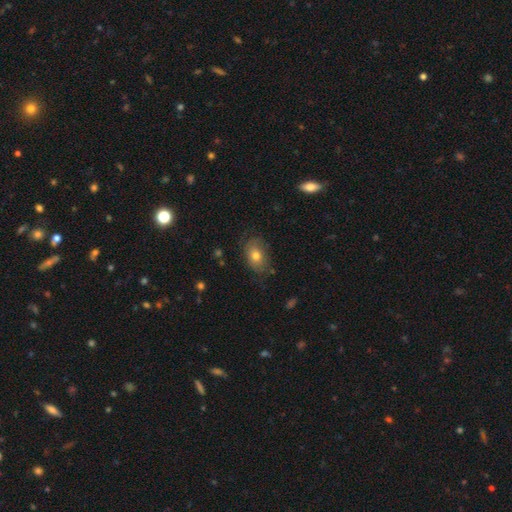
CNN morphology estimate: Q: Smooth or featured?
A: smooth (71%); runner-up: featured or disk (21%)
Q: How rounded?
A: in between (82%); runner-up: round (17%)
Q: Merging?
A: none (69%); runner-up: minor disturbance (22%)